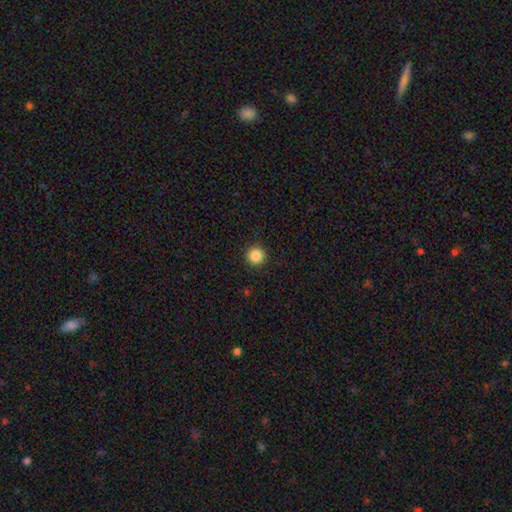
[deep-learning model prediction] Overall: smooth (86%). How rounded: round (96%). Merging: none (93%).